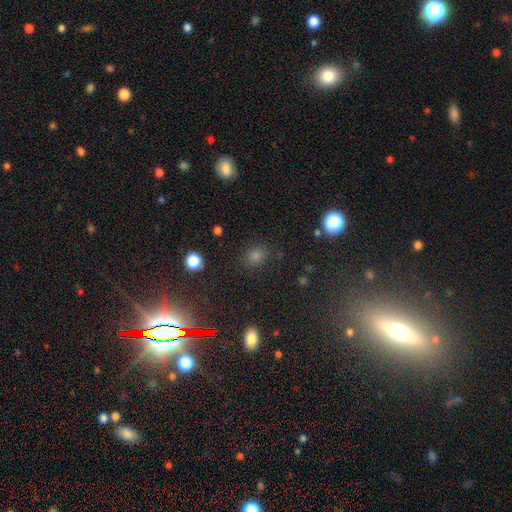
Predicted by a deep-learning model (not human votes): The model was most divided on "smooth or featured": smooth: 63%, star or artifact: 30%, featured or disk: 7%. More confident: merging — none (86%); how rounded — round (68%).